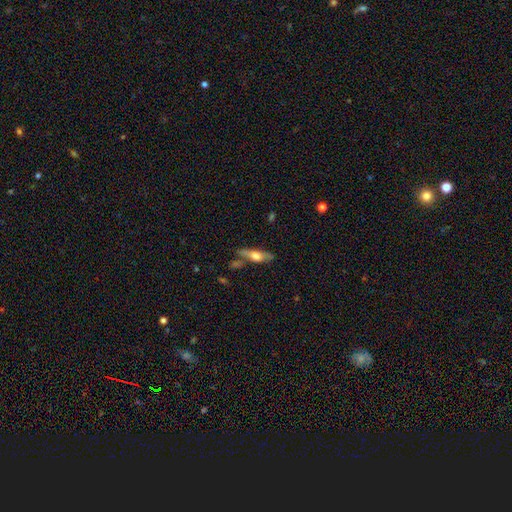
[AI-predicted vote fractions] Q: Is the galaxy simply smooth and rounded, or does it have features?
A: featured or disk — 50%.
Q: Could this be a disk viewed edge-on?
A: yes — 86%.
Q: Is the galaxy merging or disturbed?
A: none — 64%.